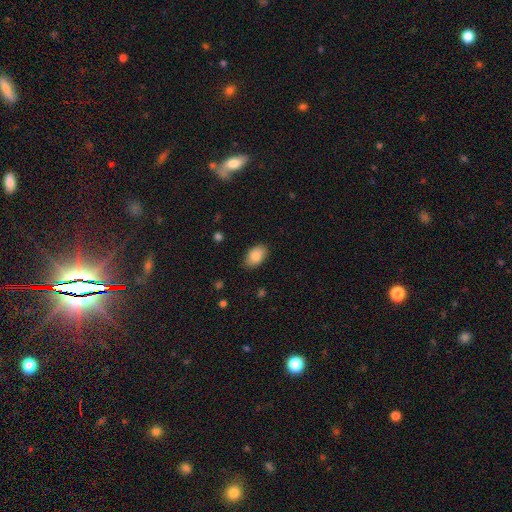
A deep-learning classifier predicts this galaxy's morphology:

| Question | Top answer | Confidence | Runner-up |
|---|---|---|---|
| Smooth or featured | smooth | 86% | featured or disk (7%) |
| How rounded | in between | 89% | round (9%) |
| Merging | none | 84% | minor disturbance (13%) |